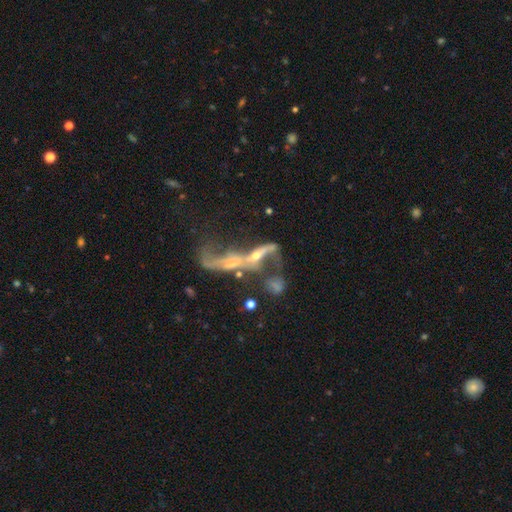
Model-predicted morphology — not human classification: The model was most divided on "spiral arms": yes: 52%, no: 48%. Remaining: edge-on disk — no (75%); smooth or featured — featured or disk (70%); bar — no (67%); merging — merger (50%); bulge size — small (45%).